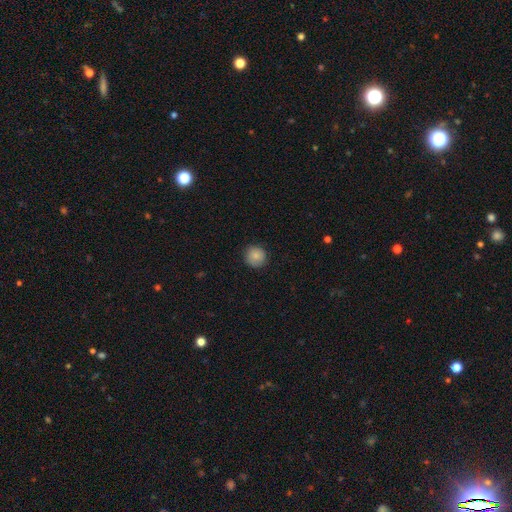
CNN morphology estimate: type=smooth (85%); roundness=round (94%); merging=none (88%).